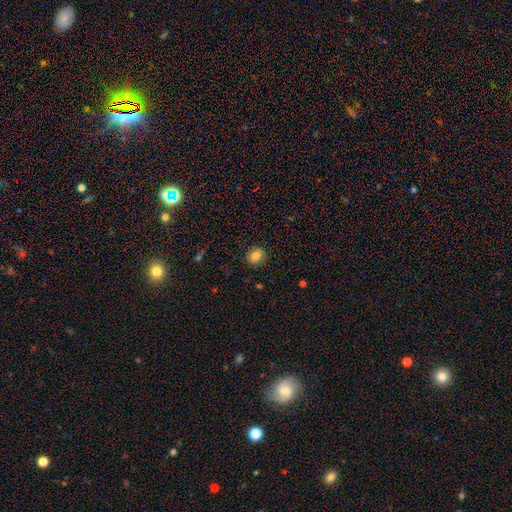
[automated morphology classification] smooth 80%, star or artifact 11%, featured or disk 9%. Down the decision tree: how rounded — round (78%); merging — none (88%).